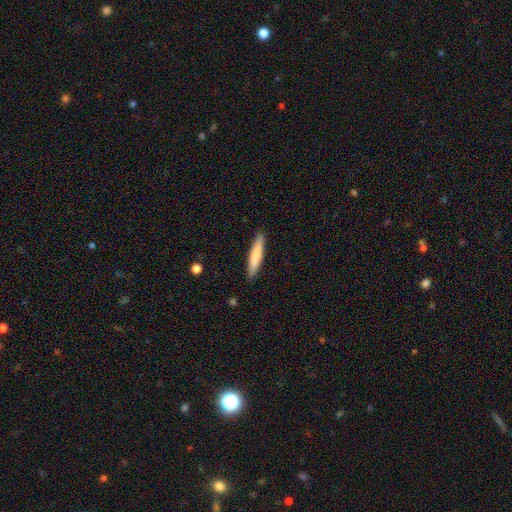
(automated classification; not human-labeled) Smooth or featured: smooth — 76% (featured or disk — 18%)
How rounded: cigar-shaped — 91% (in between — 8%)
Merging: none — 89% (minor disturbance — 8%)